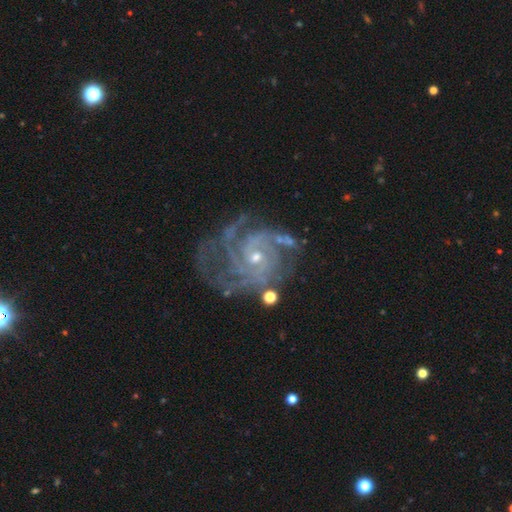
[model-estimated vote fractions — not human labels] Overall: featured or disk (89%). Edge-on disk: no (98%). Bar: no (69%). Spiral arms: yes (98%). Spiral arm count: 3 (29%; 4 20%). Spiral winding: tight (58%; medium 35%). Bulge size: small (75%). Merging: none (63%).